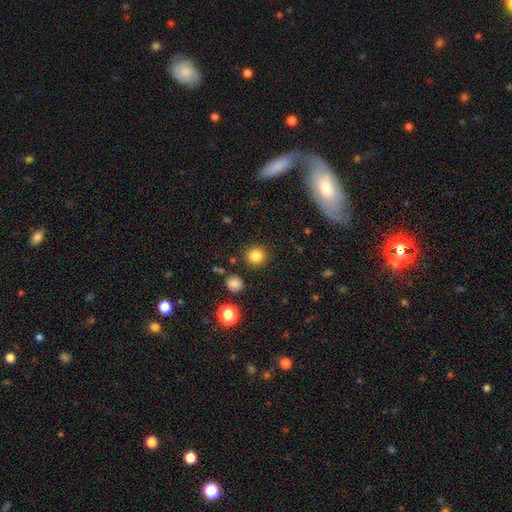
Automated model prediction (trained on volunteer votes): Overall: smooth (83%). How rounded: round (92%). Merging: none (90%).